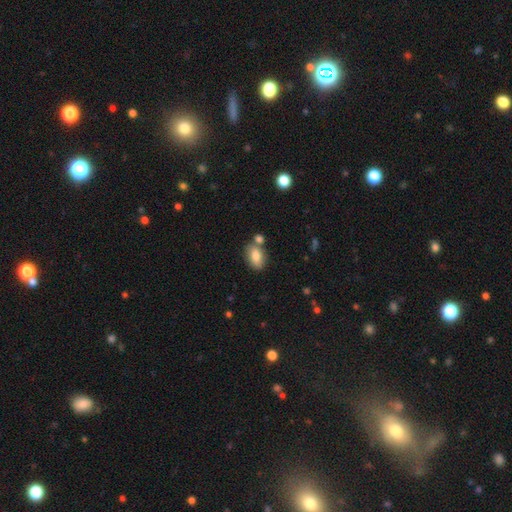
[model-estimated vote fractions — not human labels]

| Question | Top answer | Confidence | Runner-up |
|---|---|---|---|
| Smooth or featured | smooth | 81% | featured or disk (11%) |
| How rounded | in between | 88% | round (10%) |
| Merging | none | 63% | merger (20%) |